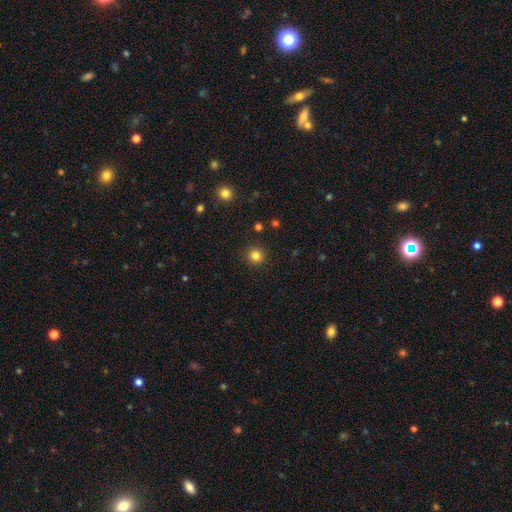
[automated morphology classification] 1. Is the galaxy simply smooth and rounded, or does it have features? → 82% smooth, 13% star or artifact, 5% featured or disk.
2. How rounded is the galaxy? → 94% round, 5% in between, 1% cigar-shaped.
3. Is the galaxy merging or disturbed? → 92% none, 5% minor disturbance, 2% major disturbance, 1% merger.